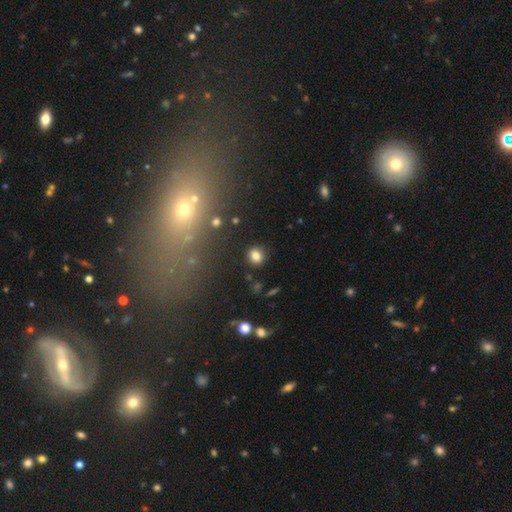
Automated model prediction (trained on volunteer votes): Smooth or featured? Predicted: smooth (p=0.81). How rounded? Predicted: round (p=0.79). Merging? Predicted: none (p=0.88).